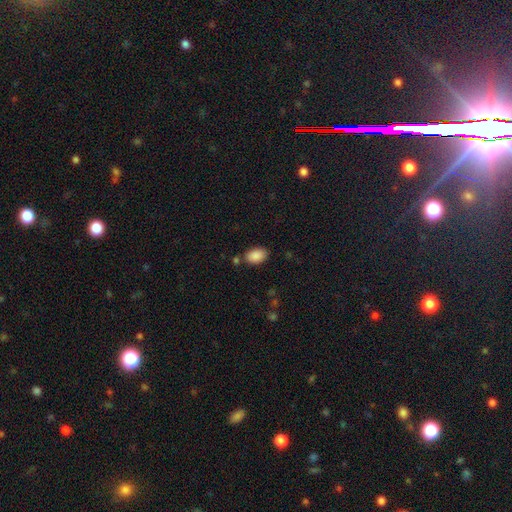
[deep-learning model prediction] A smooth galaxy with no disk features (89%) that is in between round and cigar-shaped (90%).

Vote fractions:
- Smooth or featured? smooth: 89% / star or artifact: 7% / featured or disk: 4%
- How rounded? in between: 90% / round: 9% / cigar-shaped: 1%
- Merging? none: 77% / minor disturbance: 13% / merger: 6% / major disturbance: 3%